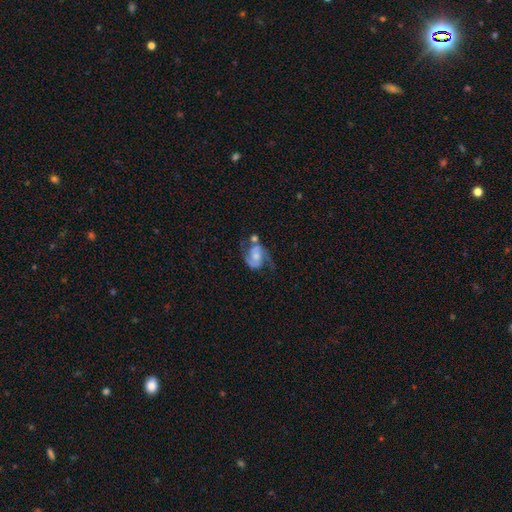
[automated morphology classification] smooth_or_featured: featured or disk (p=0.79) [alt: smooth p=0.15]
disk_edge_on: no (p=0.98) [alt: yes p=0.02]
bar: no (p=0.58) [alt: weak p=0.34]
has_spiral_arms: yes (p=0.93) [alt: no p=0.07]
spiral_winding: medium (p=0.50) [alt: loose p=0.32]
spiral_arm_count: 2 (p=0.89) [alt: can't tell p=0.05]
bulge_size: moderate (p=0.44) [alt: small p=0.37]
merging: none (p=0.47) [alt: minor disturbance p=0.21]